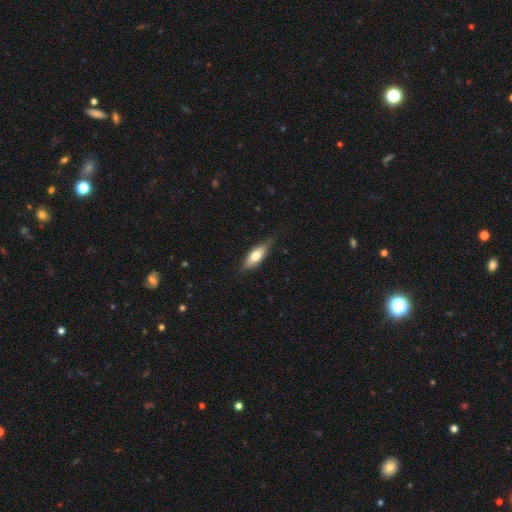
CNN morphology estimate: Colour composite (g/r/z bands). It shows a smooth galaxy with no disk features (65%) that is in between round and cigar-shaped (64%). Merging: none (76%).